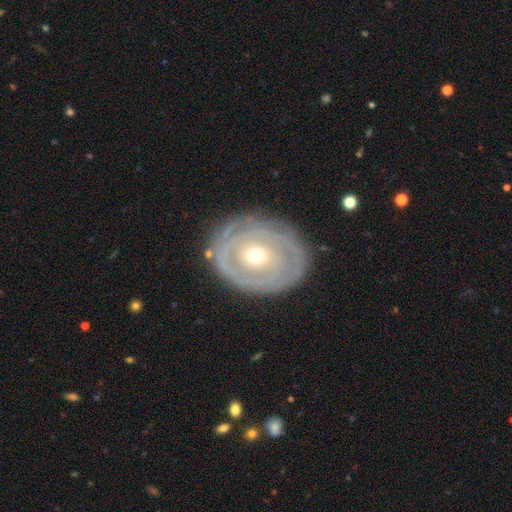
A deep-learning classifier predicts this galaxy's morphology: Smooth or featured: featured or disk — 75% (smooth — 19%)
Edge-on disk: no — 95% (yes — 5%)
Bar: no — 76% (weak — 18%)
Spiral arms: yes — 61% (no — 39%)
Bulge size: moderate — 49% (small — 47%)
Merging: none — 78% (minor disturbance — 15%)